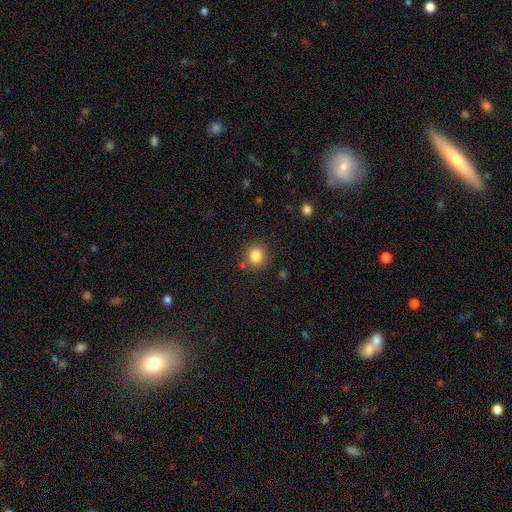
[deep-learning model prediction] Smooth or featured? Predicted: smooth (p=0.83). How rounded? Predicted: round (p=0.88). Merging? Predicted: none (p=0.83).